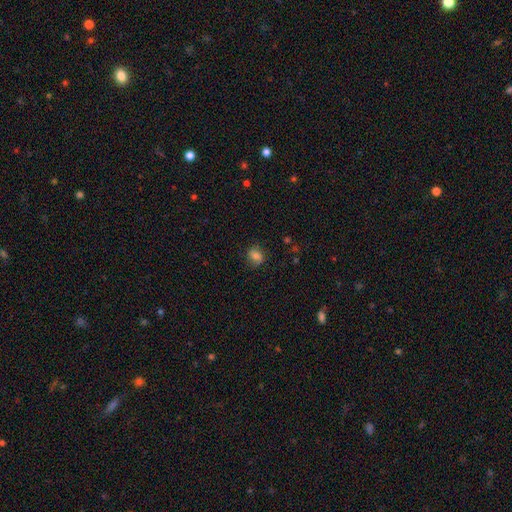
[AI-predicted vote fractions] A smooth galaxy with no disk features (79%) that is round (54%).

Vote fractions:
- Smooth or featured? smooth: 79% / star or artifact: 11% / featured or disk: 9%
- How rounded? round: 54% / in between: 45% / cigar-shaped: 1%
- Merging? none: 78% / minor disturbance: 16% / major disturbance: 5% / merger: 1%